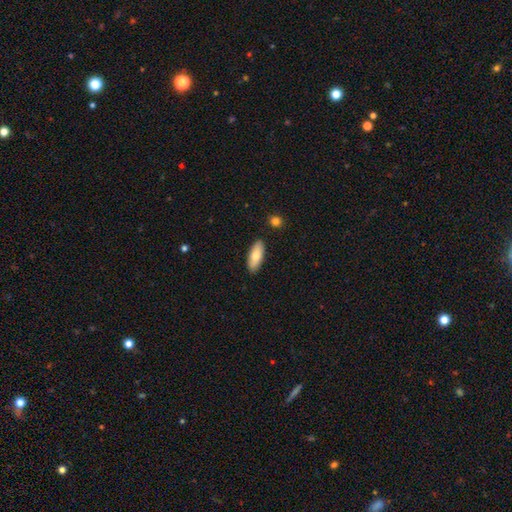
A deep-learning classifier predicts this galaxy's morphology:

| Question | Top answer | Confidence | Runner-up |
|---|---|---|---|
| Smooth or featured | smooth | 76% | featured or disk (18%) |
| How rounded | in between | 75% | cigar-shaped (23%) |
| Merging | none | 88% | minor disturbance (8%) |